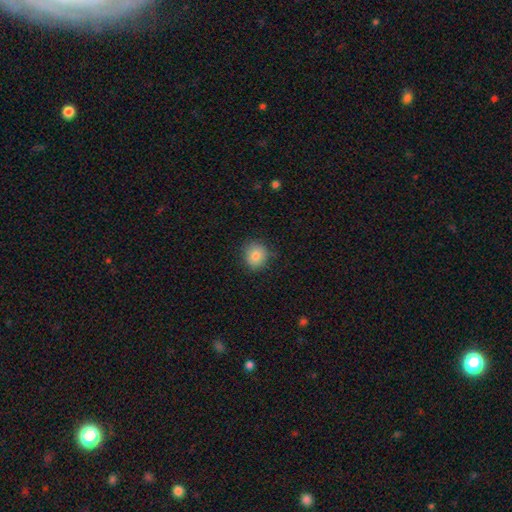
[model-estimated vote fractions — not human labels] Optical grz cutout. It shows a smooth galaxy with no disk features (83%) that is round (85%). Merging: none (83%).